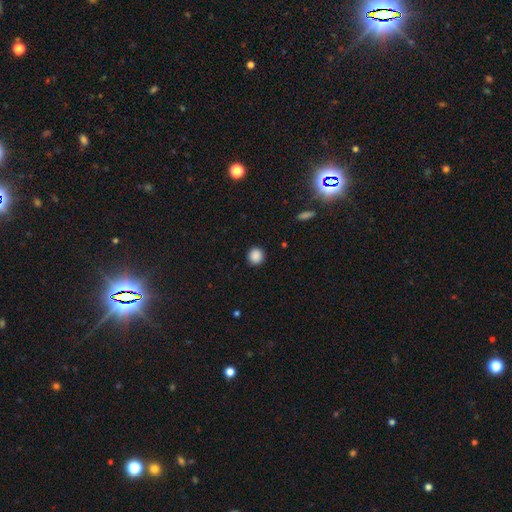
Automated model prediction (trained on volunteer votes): Overall: smooth (88%). How rounded: round (93%). Merging: none (92%).